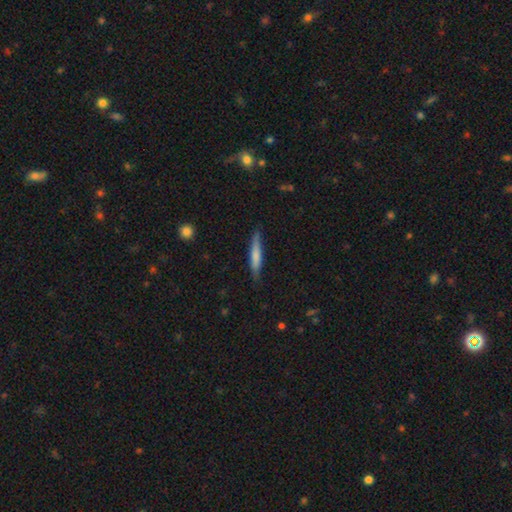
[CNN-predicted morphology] smooth_or_featured: smooth (p=0.68) [alt: featured or disk p=0.26]
how_rounded: cigar-shaped (p=0.90) [alt: in between p=0.08]
merging: none (p=0.81) [alt: minor disturbance p=0.15]